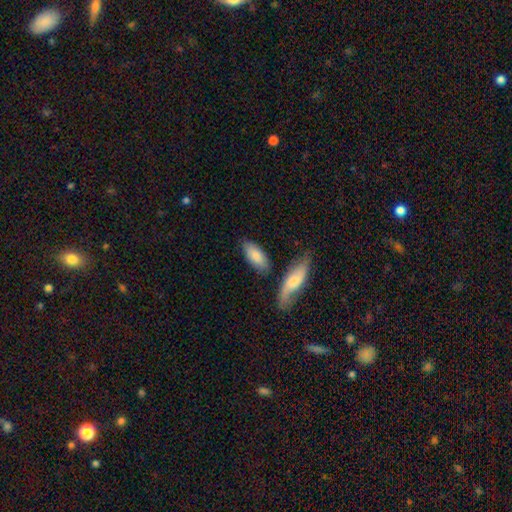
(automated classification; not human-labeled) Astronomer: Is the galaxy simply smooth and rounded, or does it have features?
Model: smooth — 80%.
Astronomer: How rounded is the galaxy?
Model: in between — 85%.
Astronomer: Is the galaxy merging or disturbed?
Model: none — 69%.